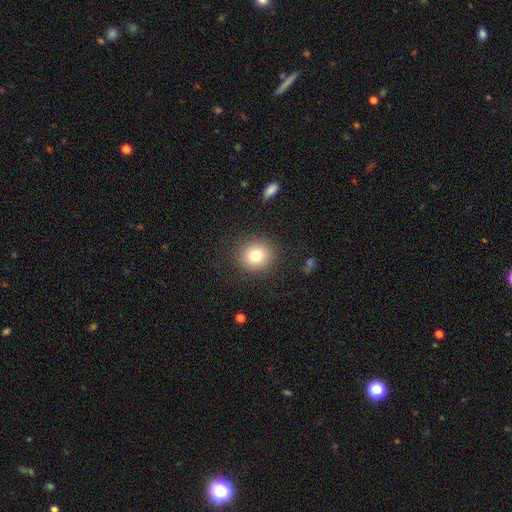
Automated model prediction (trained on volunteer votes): This appears to be a smooth galaxy with no disk features (79%) that is round (88%). Merging: none (88%).